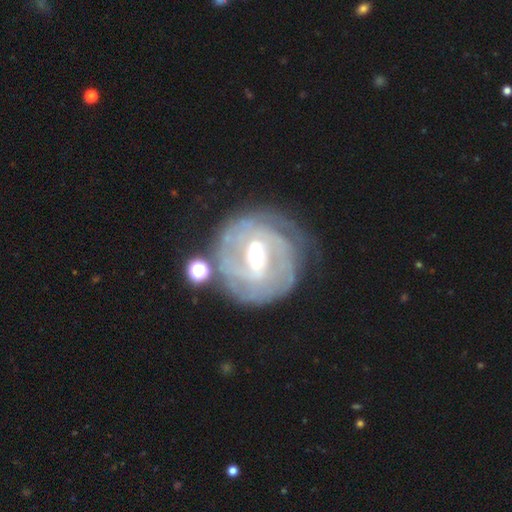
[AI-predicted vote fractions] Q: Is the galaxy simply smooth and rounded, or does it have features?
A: featured or disk — 85%.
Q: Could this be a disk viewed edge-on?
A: no — 96%.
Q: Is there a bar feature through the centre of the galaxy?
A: strong — 49%.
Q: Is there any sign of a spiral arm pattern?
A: yes — 92%.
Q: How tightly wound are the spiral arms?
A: tight — 75%.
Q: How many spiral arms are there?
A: can't tell — 35%.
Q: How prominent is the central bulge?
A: moderate — 63%.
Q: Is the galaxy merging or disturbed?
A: none — 72%.